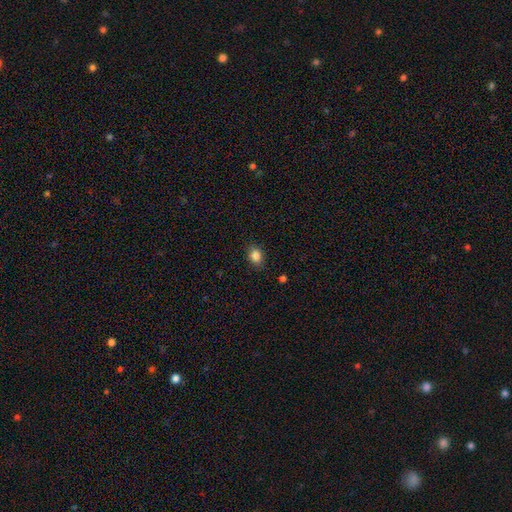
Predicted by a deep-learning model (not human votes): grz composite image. It shows a smooth galaxy with no disk features (85%) that is in between round and cigar-shaped (65%). Merging: none (86%).